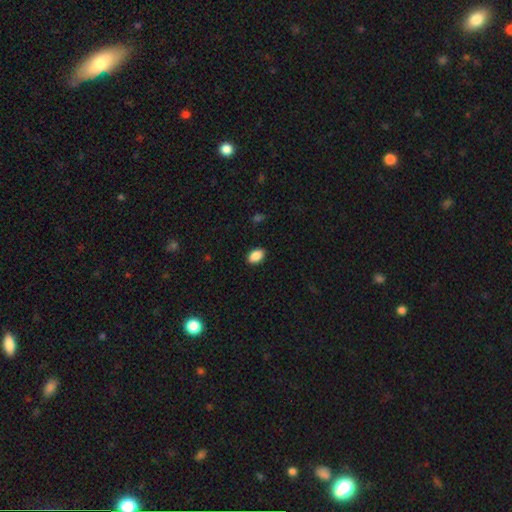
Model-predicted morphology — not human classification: smooth-or-featured: smooth: 90% | star or artifact: 7% | featured or disk: 3%
  how-rounded: in between: 89% | round: 10% | cigar-shaped: 1%
  merging: none: 90% | minor disturbance: 7% | major disturbance: 2% | merger: 1%